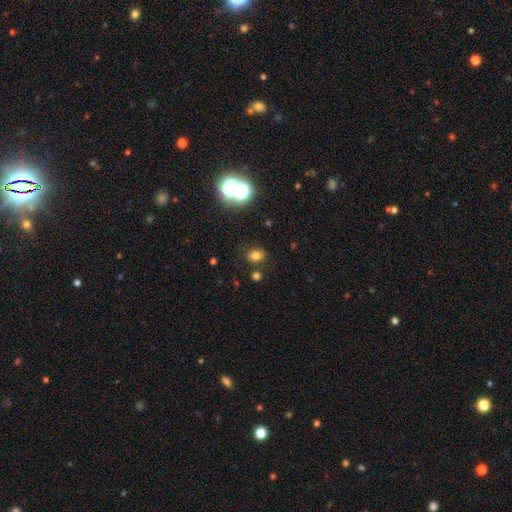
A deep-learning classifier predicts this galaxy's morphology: Smooth or featured?
  - smooth: 72% *
  - star or artifact: 20%
  - featured or disk: 8%
How rounded?
  - in between: 54% *
  - round: 45%
  - cigar-shaped: 1%
Merging?
  - none: 78% *
  - minor disturbance: 12%
  - merger: 6%
  - major disturbance: 4%